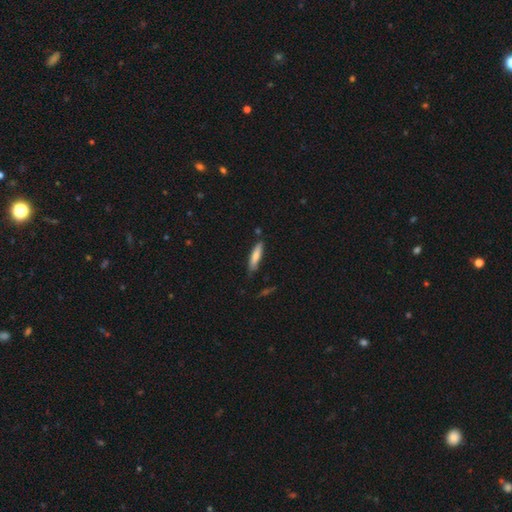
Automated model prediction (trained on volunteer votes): Q: Smooth or featured?
A: smooth (75%); runner-up: featured or disk (19%)
Q: How rounded?
A: cigar-shaped (80%); runner-up: in between (19%)
Q: Merging?
A: none (80%); runner-up: minor disturbance (15%)